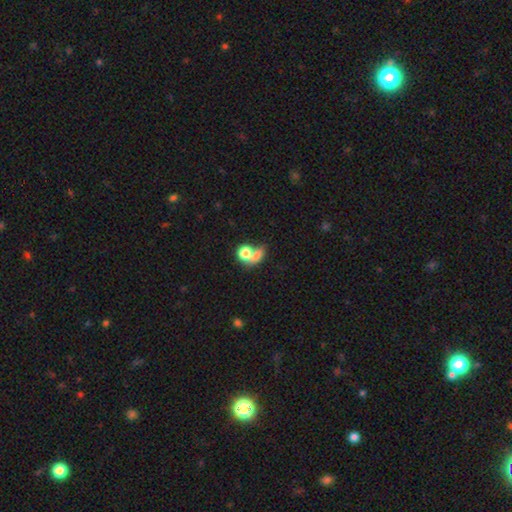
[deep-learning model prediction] Q: Smooth or featured?
A: smooth (69%); runner-up: star or artifact (17%)
Q: How rounded?
A: round (51%); runner-up: in between (46%)
Q: Merging?
A: merger (48%); runner-up: none (32%)